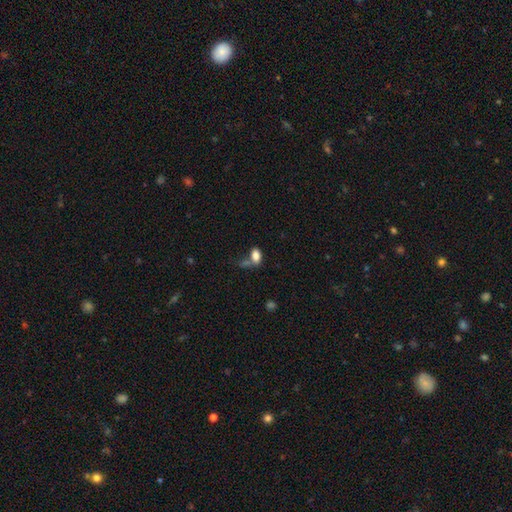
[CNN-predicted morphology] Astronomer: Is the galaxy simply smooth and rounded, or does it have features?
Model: smooth — 82%.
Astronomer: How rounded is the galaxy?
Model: in between — 89%.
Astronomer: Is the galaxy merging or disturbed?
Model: none — 45% (runner-up: merger, 28%).